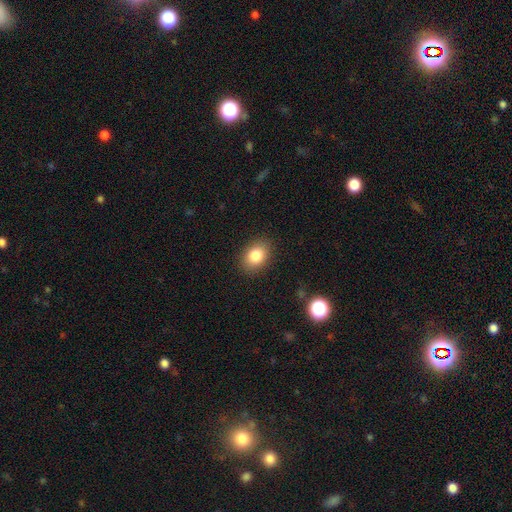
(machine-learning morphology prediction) Smooth or featured? Predicted: smooth (p=0.83). How rounded? Predicted: in between (p=0.74). Merging? Predicted: none (p=0.88).